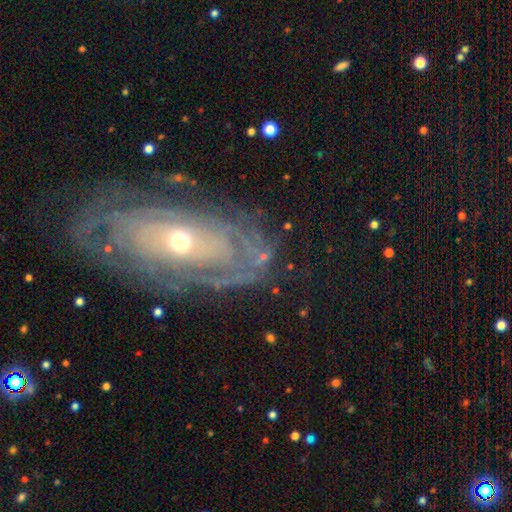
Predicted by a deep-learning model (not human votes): featured or disk 79%, smooth 12%, star or artifact 9%. Down the decision tree: edge-on disk — no (92%); bar — no (79%); spiral arms — yes (79%); spiral arm count — can't tell (47%); spiral winding — tight (69%); bulge size — moderate (61%); merging — none (68%).